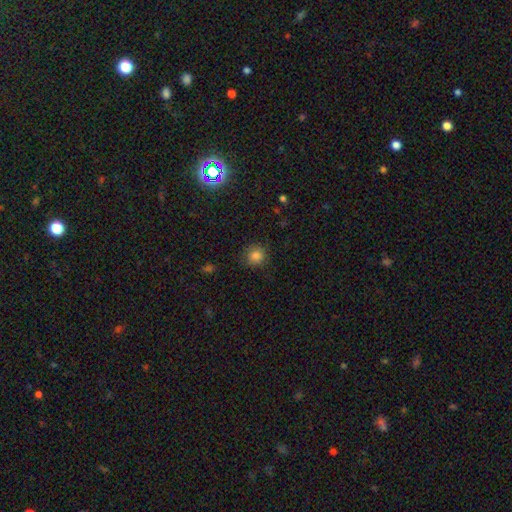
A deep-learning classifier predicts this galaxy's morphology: smooth-or-featured: smooth: 81% | star or artifact: 13% | featured or disk: 6%
  how-rounded: round: 89% | in between: 10% | cigar-shaped: 1%
  merging: none: 85% | minor disturbance: 11% | major disturbance: 3% | merger: 1%